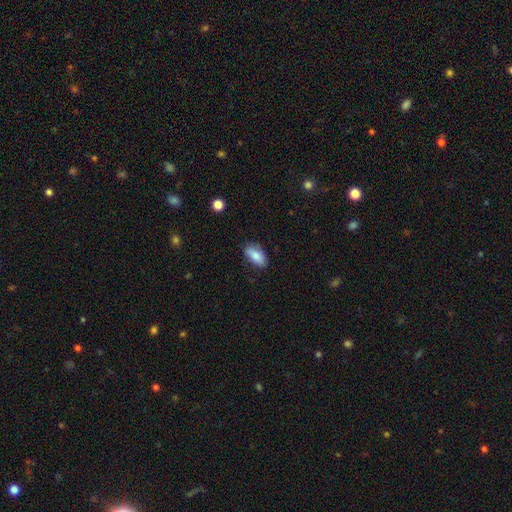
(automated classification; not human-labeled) Smooth or featured?
  - smooth: 78% *
  - featured or disk: 15%
  - star or artifact: 7%
How rounded?
  - in between: 89% *
  - cigar-shaped: 8%
  - round: 3%
Merging?
  - none: 79% *
  - minor disturbance: 17%
  - major disturbance: 3%
  - merger: 1%